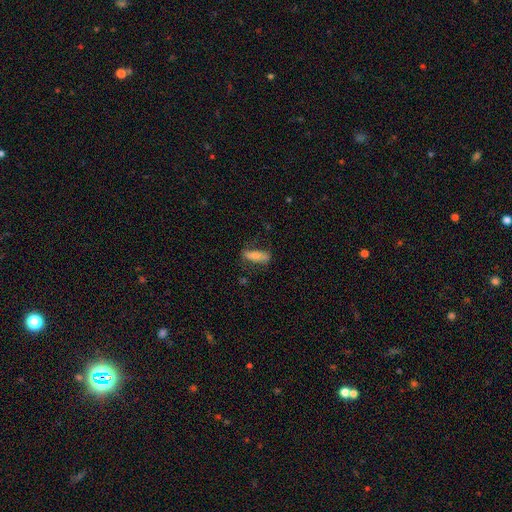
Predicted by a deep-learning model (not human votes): A smooth galaxy with no disk features (61%) that is cigar-shaped (51%).

Vote fractions:
- Smooth or featured? smooth: 61% / featured or disk: 31% / star or artifact: 7%
- How rounded? cigar-shaped: 51% / in between: 47% / round: 2%
- Merging? none: 70% / minor disturbance: 20% / major disturbance: 8% / merger: 2%